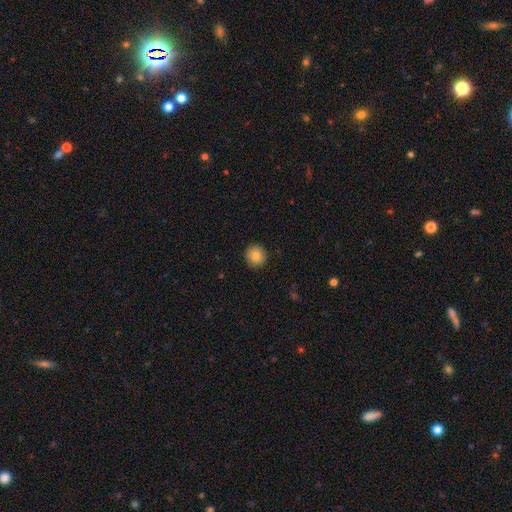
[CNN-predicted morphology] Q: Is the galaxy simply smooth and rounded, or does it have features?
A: smooth — 85%.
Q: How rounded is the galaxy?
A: round — 94%.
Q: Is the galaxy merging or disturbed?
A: none — 90%.